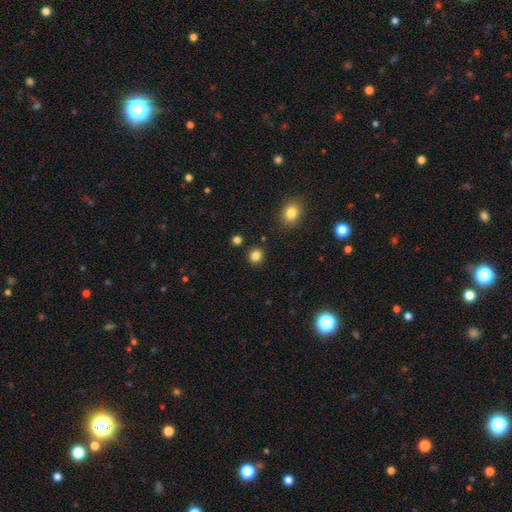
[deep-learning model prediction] Smooth or featured?
  - smooth: 84% *
  - star or artifact: 12%
  - featured or disk: 4%
How rounded?
  - round: 87% *
  - in between: 12%
  - cigar-shaped: 1%
Merging?
  - none: 89% *
  - minor disturbance: 6%
  - merger: 3%
  - major disturbance: 2%